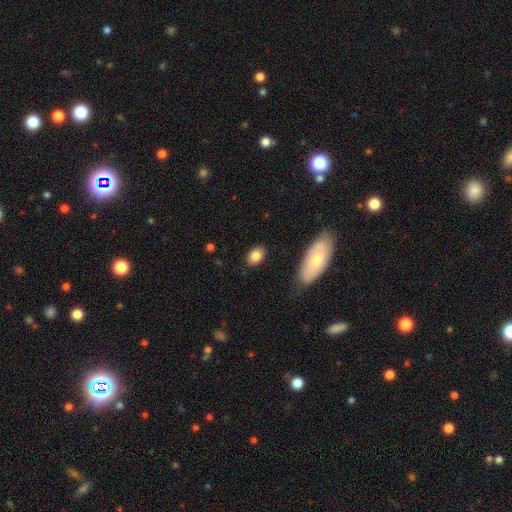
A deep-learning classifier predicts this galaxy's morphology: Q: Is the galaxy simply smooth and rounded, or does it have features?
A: smooth — 84%.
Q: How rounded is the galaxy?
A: in between — 82%.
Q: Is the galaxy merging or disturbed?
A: none — 84%.